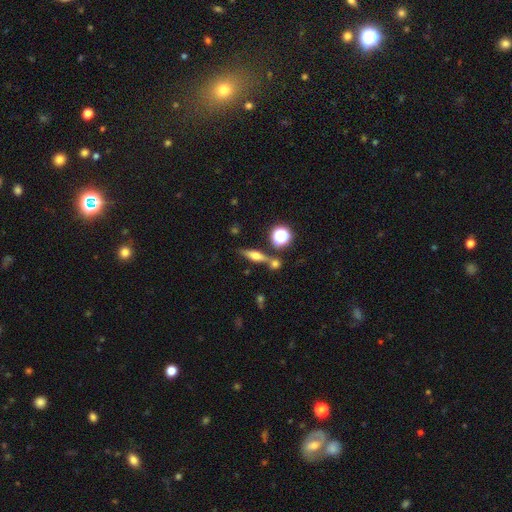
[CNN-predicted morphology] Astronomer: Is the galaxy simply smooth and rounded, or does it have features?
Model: smooth — 43%, tied with featured or disk at 43%.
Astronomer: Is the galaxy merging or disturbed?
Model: none — 68%.